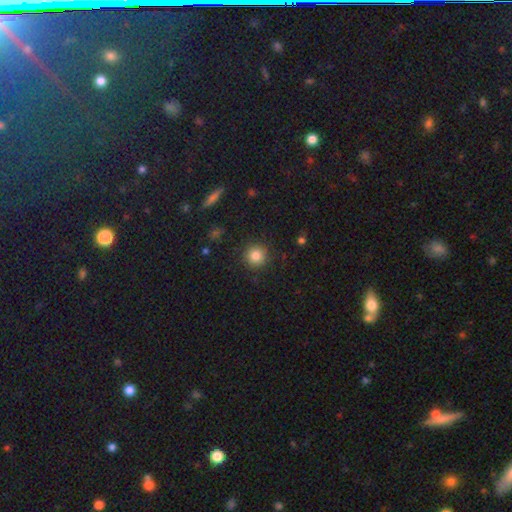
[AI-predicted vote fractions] Q: Smooth or featured?
A: smooth (84%); runner-up: star or artifact (11%)
Q: How rounded?
A: round (94%); runner-up: in between (5%)
Q: Merging?
A: none (89%); runner-up: minor disturbance (7%)